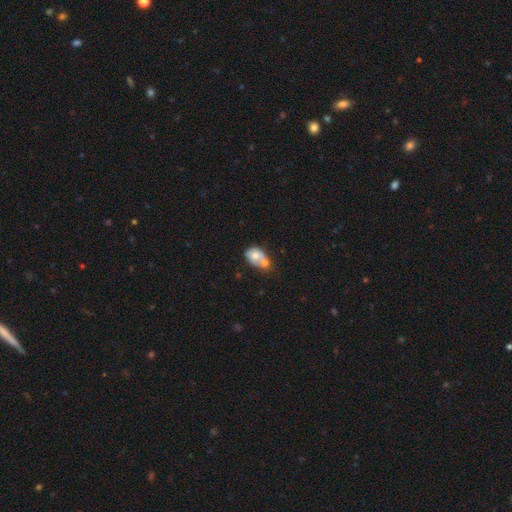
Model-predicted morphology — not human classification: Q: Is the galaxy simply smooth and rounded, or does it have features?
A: smooth — 67%.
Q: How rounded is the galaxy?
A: in between — 65%.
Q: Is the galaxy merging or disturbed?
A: merger — 64%.